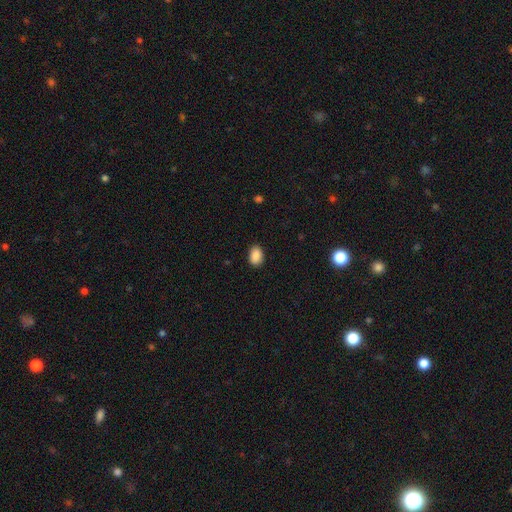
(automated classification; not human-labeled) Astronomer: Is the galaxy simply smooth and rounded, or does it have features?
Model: smooth — 89%.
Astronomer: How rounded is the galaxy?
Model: in between — 82%.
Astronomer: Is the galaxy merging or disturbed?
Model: none — 87%.